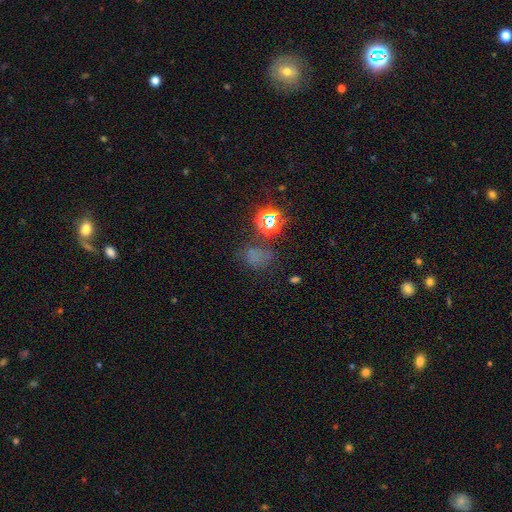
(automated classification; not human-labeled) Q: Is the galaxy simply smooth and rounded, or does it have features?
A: smooth — 50%.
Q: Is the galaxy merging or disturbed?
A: none — 53%.